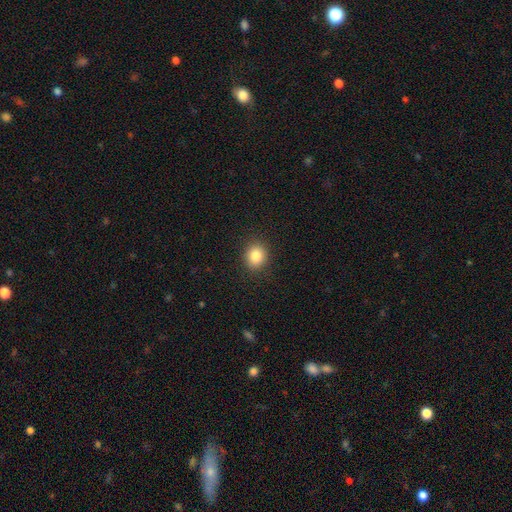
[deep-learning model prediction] A smooth galaxy with no disk features (85%) that is round (70%).

Vote fractions:
- Smooth or featured? smooth: 85% / star or artifact: 10% / featured or disk: 5%
- How rounded? round: 70% / in between: 29% / cigar-shaped: 1%
- Merging? none: 89% / minor disturbance: 7% / major disturbance: 2% / merger: 1%